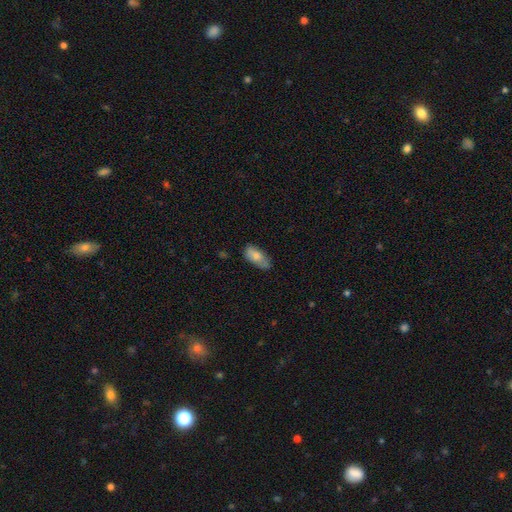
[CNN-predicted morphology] A smooth galaxy with no disk features (74%) that is in between round and cigar-shaped (89%).

Vote fractions:
- Smooth or featured? smooth: 74% / featured or disk: 19% / star or artifact: 6%
- How rounded? in between: 89% / cigar-shaped: 8% / round: 3%
- Merging? none: 67% / minor disturbance: 26% / major disturbance: 5% / merger: 2%